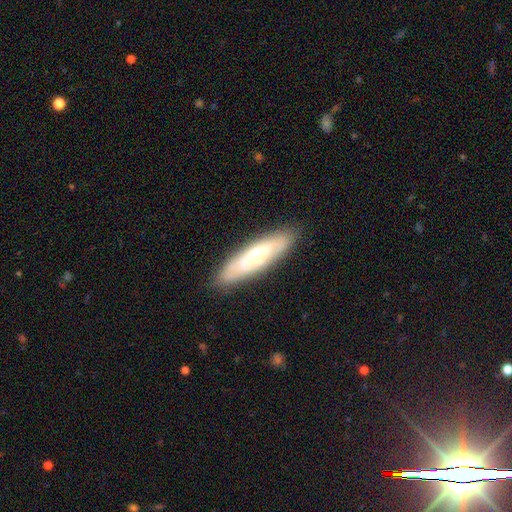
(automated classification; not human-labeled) Smooth or featured: smooth — 49% (featured or disk — 45%)
Merging: none — 86% (minor disturbance — 11%)